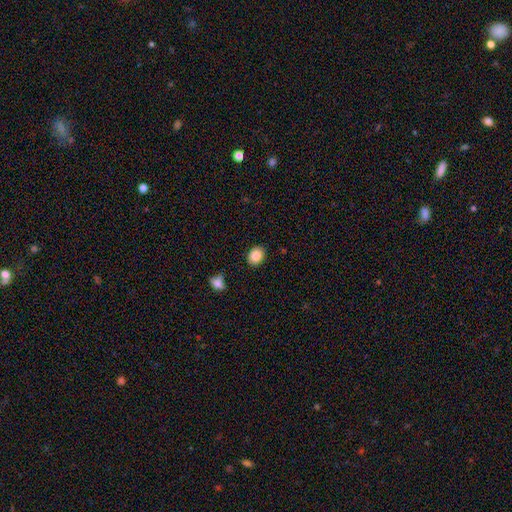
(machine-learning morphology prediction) Smooth or featured?
  - smooth: 86% *
  - star or artifact: 8%
  - featured or disk: 6%
How rounded?
  - in between: 54% *
  - round: 45%
  - cigar-shaped: 1%
Merging?
  - none: 88% *
  - minor disturbance: 8%
  - major disturbance: 2%
  - merger: 2%